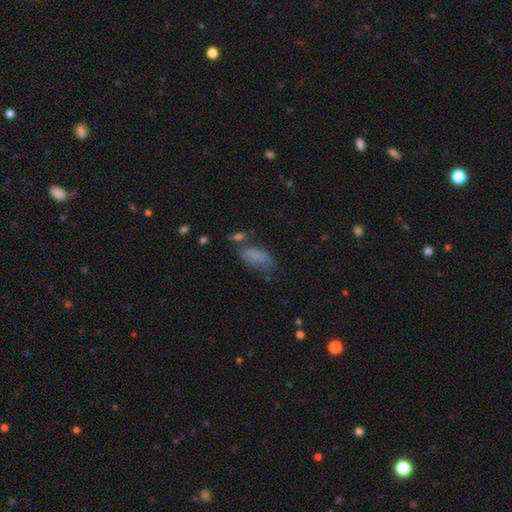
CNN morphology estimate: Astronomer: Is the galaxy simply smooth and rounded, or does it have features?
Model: smooth — 77%.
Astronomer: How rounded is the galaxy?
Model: in between — 86%.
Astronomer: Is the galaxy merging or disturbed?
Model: none — 48% (runner-up: minor disturbance, 25%).